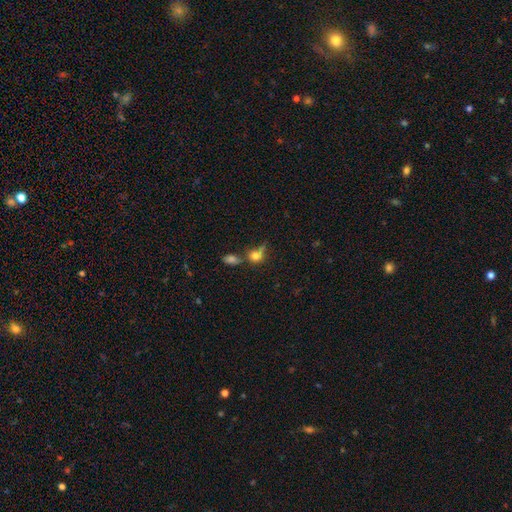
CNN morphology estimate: This appears to be a smooth galaxy with no disk features (73%) that is round (62%). Merging: none (40%).